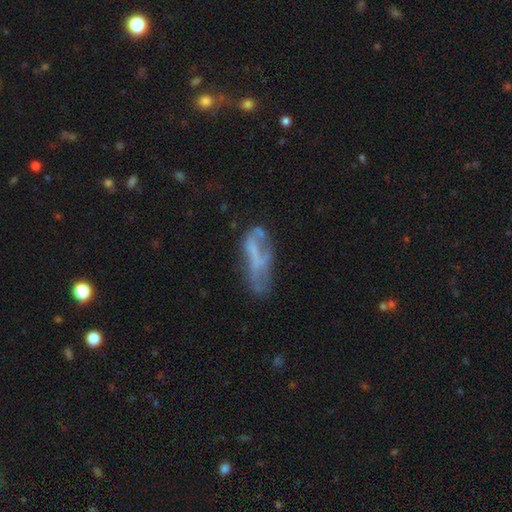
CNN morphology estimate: type=featured or disk (49%); merging=none (34%).